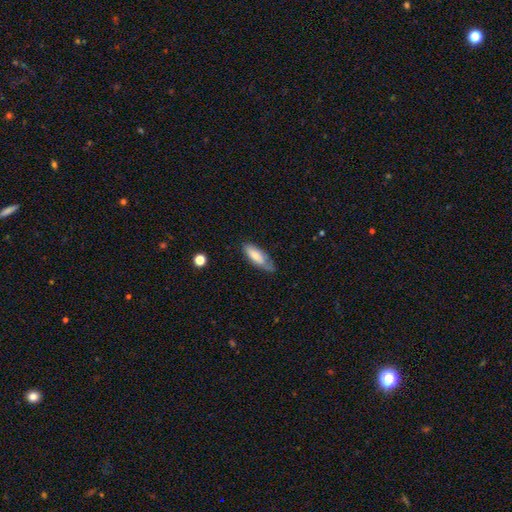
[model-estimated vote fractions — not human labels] Smooth or featured: smooth — 74% (featured or disk — 20%)
How rounded: in between — 64% (cigar-shaped — 34%)
Merging: none — 52% (minor disturbance — 36%)